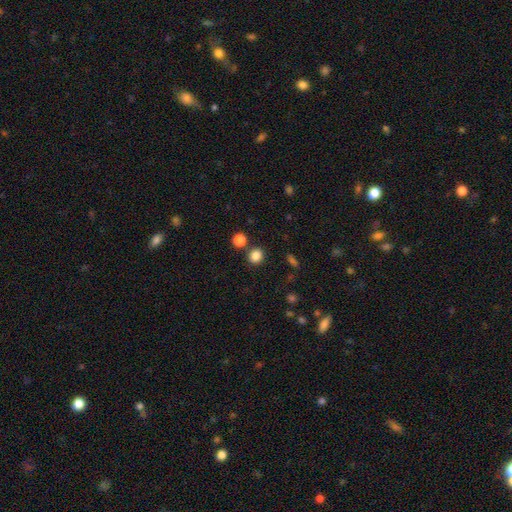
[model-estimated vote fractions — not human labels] Morphology: type=smooth (84%); roundness=round (79%); merging=none (80%).